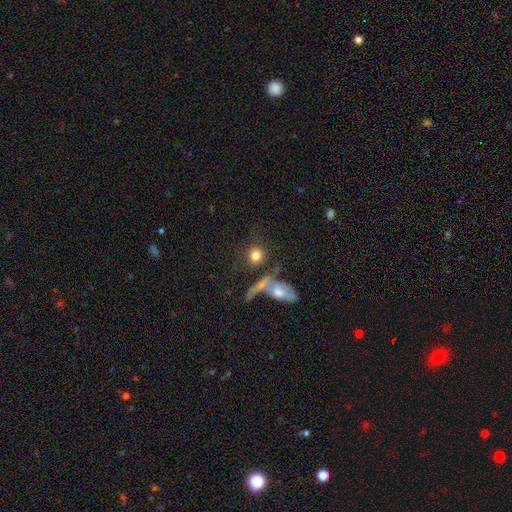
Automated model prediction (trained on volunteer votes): Morphology: type=smooth (78%); roundness=round (82%); merging=none (59%).